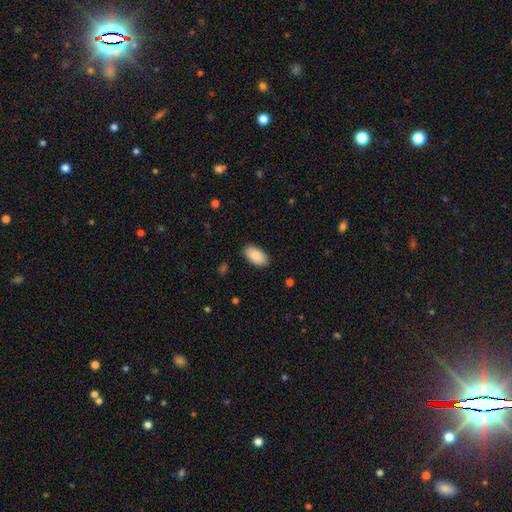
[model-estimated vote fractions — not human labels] A smooth galaxy with no disk features (87%) that is in between round and cigar-shaped (95%). Merging: none (87%).